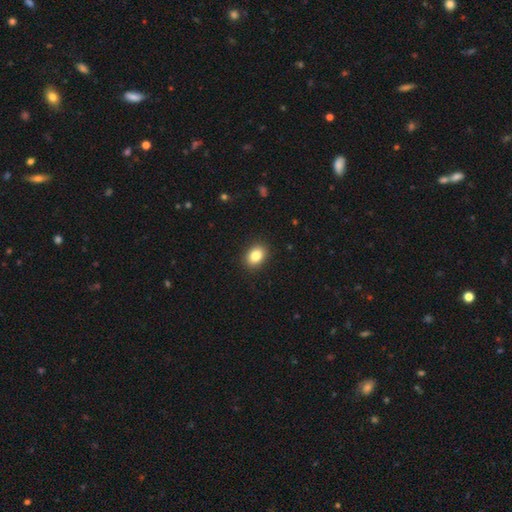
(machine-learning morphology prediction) Smooth or featured: smooth — 84% (star or artifact — 9%)
How rounded: in between — 64% (round — 35%)
Merging: none — 90% (minor disturbance — 7%)